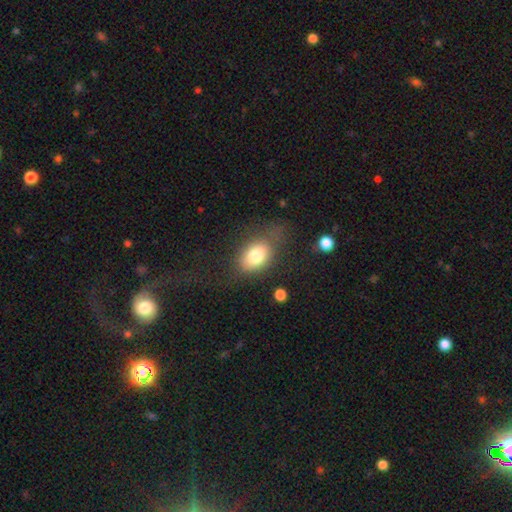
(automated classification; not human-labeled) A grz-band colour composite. It shows a smooth galaxy with no disk features (80%) that is in between round and cigar-shaped (81%). Merging: none (59%).